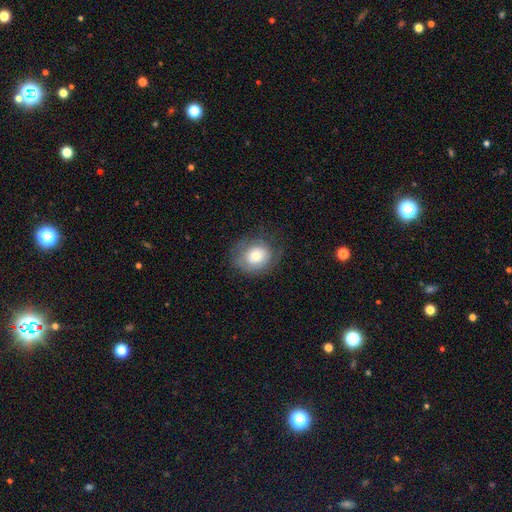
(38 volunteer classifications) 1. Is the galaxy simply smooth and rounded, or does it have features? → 63% smooth, 29% featured or disk, 8% star or artifact.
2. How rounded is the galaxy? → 67% round, 29% in between, 4% cigar-shaped.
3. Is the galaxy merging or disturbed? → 66% none, 29% minor disturbance, 6% major disturbance, 0% merger.